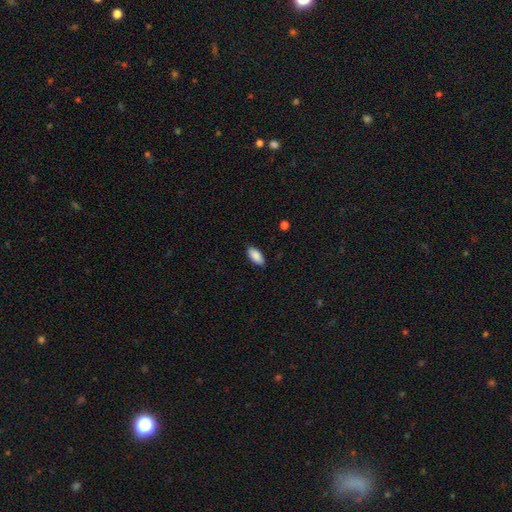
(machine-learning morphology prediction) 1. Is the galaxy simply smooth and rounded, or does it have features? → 89% smooth, 6% star or artifact, 5% featured or disk.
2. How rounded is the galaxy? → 90% in between, 8% cigar-shaped, 2% round.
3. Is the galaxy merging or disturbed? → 86% none, 11% minor disturbance, 2% major disturbance, 1% merger.